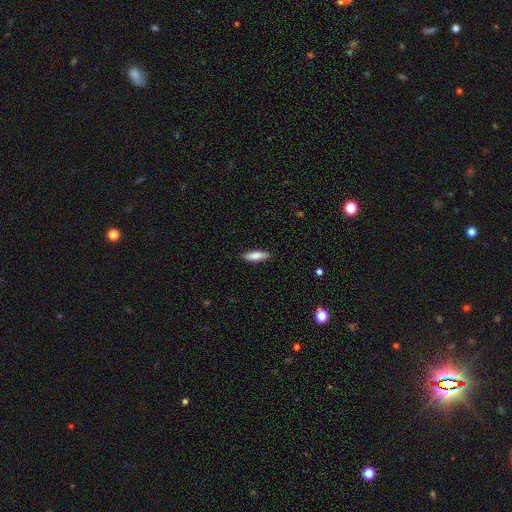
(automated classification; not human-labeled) A smooth galaxy with no disk features (82%) that is cigar-shaped (52%).

Vote fractions:
- Smooth or featured? smooth: 82% / featured or disk: 12% / star or artifact: 6%
- How rounded? cigar-shaped: 52% / in between: 46% / round: 2%
- Merging? none: 87% / minor disturbance: 10% / major disturbance: 2% / merger: 1%